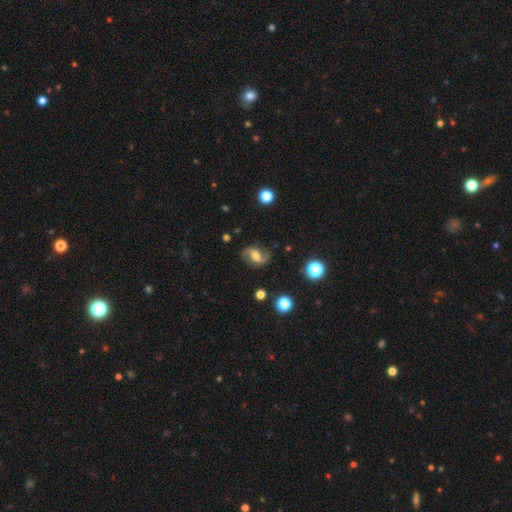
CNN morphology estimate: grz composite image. It shows a featured or disk galaxy (79%) with a weak bar (45%), 2 (92%) loose (59%) spiral arms (95%) and a moderate central bulge (63%). Merging: none (81%).